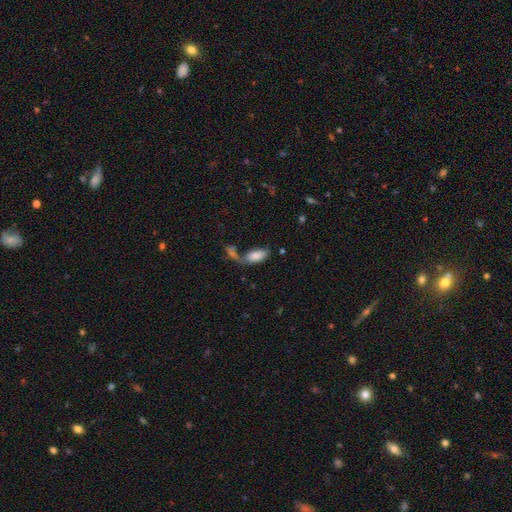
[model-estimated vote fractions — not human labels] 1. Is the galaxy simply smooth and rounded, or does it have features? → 82% smooth, 10% featured or disk, 8% star or artifact.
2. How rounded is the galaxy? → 90% in between, 8% cigar-shaped, 2% round.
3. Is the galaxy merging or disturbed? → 40% merger, 37% none, 13% minor disturbance, 9% major disturbance.